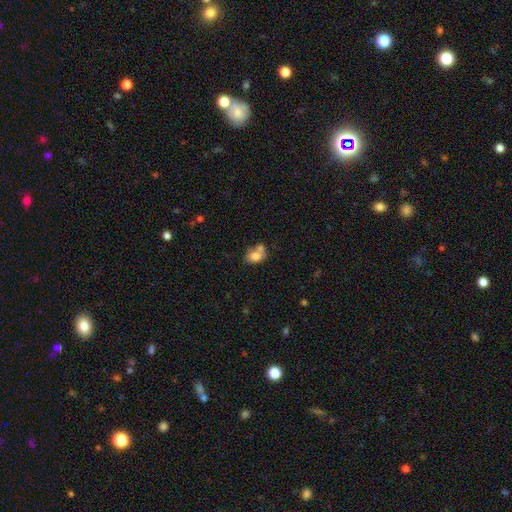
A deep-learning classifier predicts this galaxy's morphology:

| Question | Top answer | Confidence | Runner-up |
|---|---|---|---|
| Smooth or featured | smooth | 76% | featured or disk (15%) |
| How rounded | in between | 73% | round (26%) |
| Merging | merger | 45% | none (34%) |